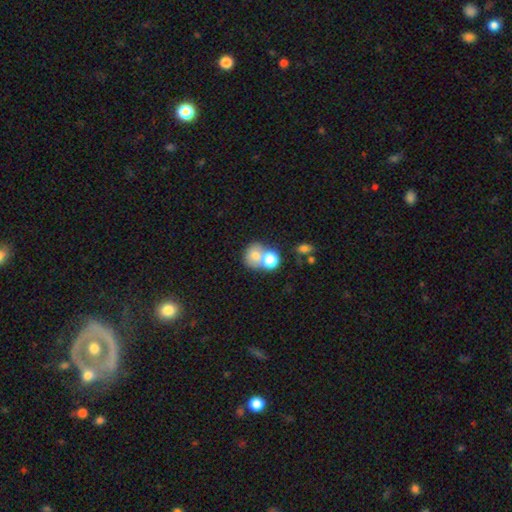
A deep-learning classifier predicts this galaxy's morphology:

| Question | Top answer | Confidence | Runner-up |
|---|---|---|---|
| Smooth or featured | smooth | 70% | featured or disk (18%) |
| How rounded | round | 72% | in between (27%) |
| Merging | merger | 55% | none (33%) |